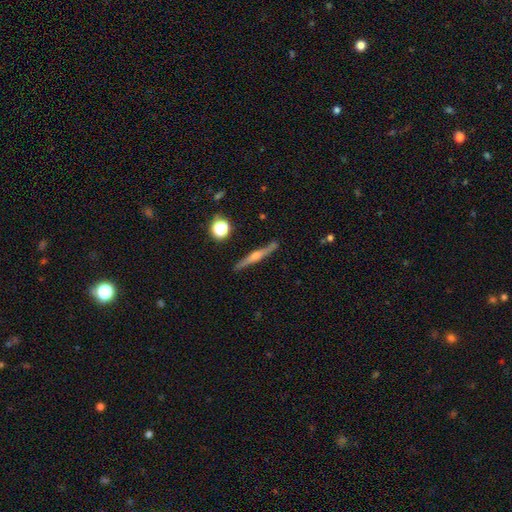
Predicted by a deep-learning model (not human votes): The model was most divided on "smooth or featured": featured or disk: 73%, smooth: 20%, star or artifact: 7%. More confident: edge-on disk — yes (97%); merging — none (88%); edge-on bulge — rounded (85%).